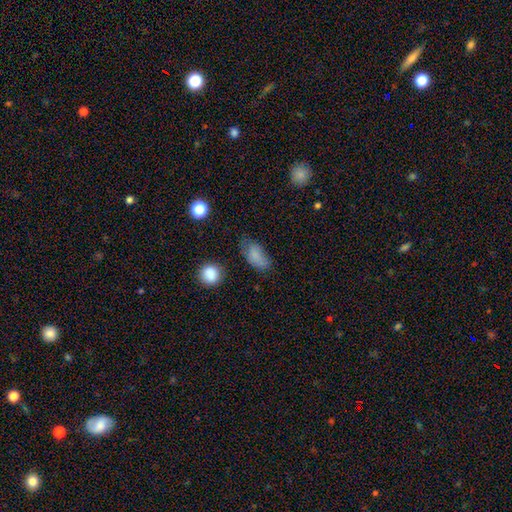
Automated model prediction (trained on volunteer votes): smooth_or_featured: smooth (p=0.79) [alt: star or artifact p=0.11]
how_rounded: in between (p=0.88) [alt: round p=0.07]
merging: none (p=0.54) [alt: minor disturbance p=0.31]